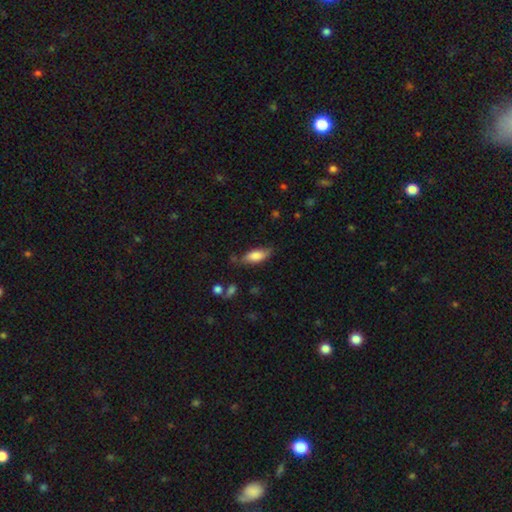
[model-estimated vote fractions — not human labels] This appears to be a smooth galaxy with no disk features (77%) that is in between round and cigar-shaped (73%). Merging: none (70%).